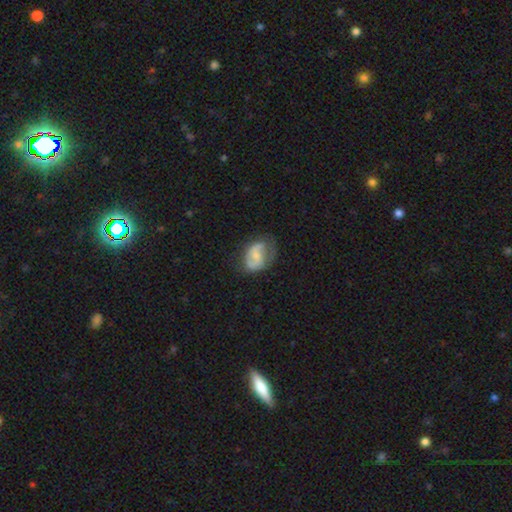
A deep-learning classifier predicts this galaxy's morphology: A featured or disk galaxy (55%) with no bar (47%), spiral arms (72%) and a small central bulge (46%). Merging: none (51%).